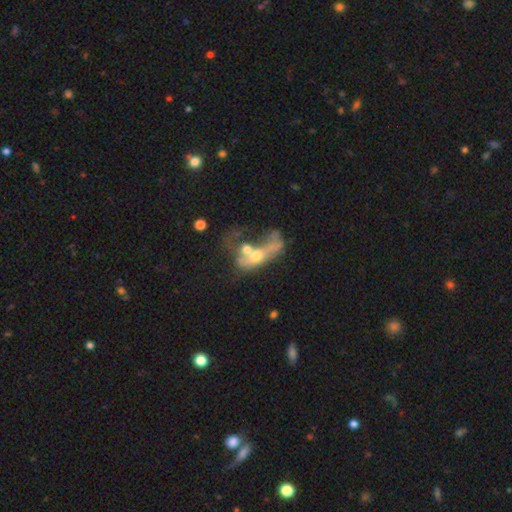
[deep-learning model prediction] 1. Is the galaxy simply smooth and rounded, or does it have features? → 50% featured or disk, 38% smooth, 12% star or artifact.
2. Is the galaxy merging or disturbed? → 57% merger, 25% major disturbance, 11% none, 7% minor disturbance.